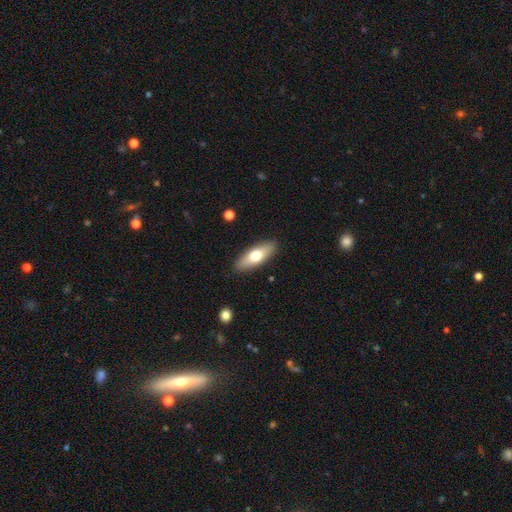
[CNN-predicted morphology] Smooth or featured? smooth (66%)
How rounded? in between (62%)
Merging? none (89%)